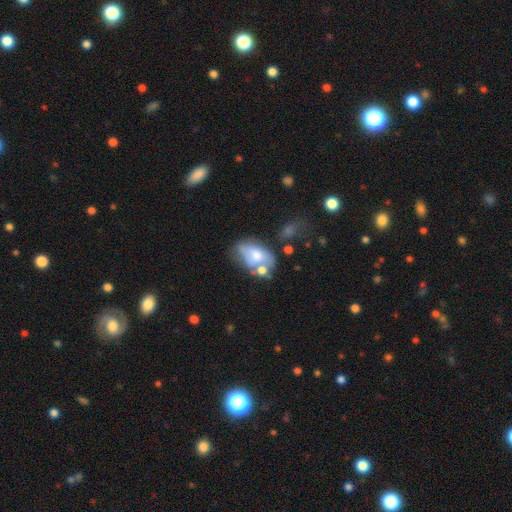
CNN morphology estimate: Smooth or featured?
  - smooth: 56% *
  - featured or disk: 36%
  - star or artifact: 8%
How rounded?
  - in between: 87% *
  - round: 11%
  - cigar-shaped: 2%
Merging?
  - none: 33% *
  - merger: 28%
  - minor disturbance: 23%
  - major disturbance: 16%